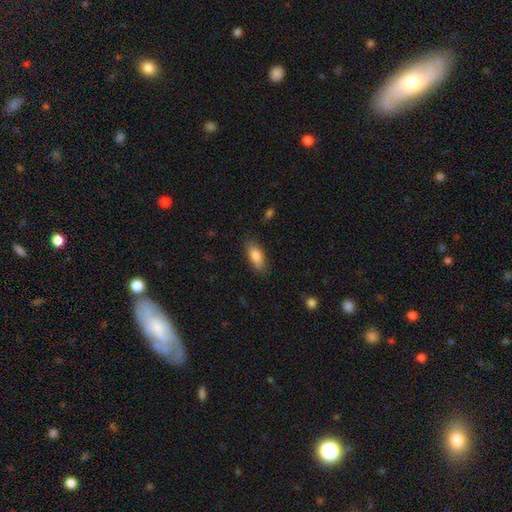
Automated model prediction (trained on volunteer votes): smooth 84%, featured or disk 10%, star or artifact 7%. Down the decision tree: how rounded — in between (82%); merging — none (80%).